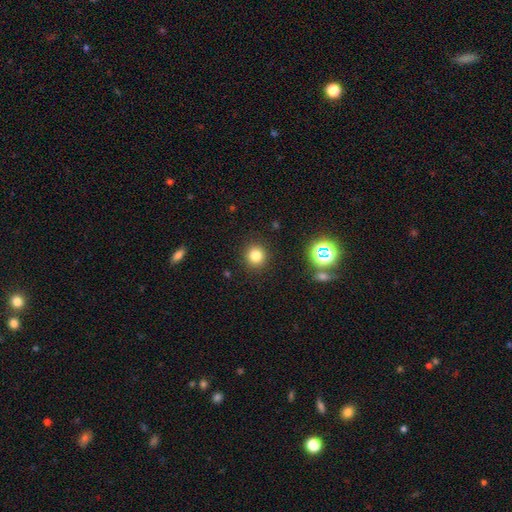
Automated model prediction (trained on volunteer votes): Smooth or featured: smooth — 79% (star or artifact — 15%)
How rounded: round — 91% (in between — 8%)
Merging: none — 90% (minor disturbance — 6%)